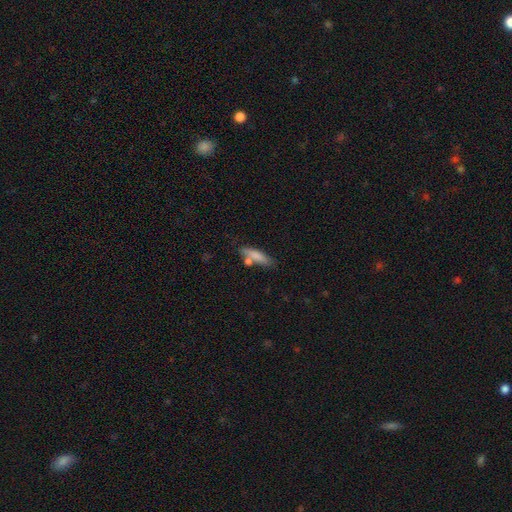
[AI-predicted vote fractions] A smooth galaxy with no disk features (78%) that is cigar-shaped (61%).

Vote fractions:
- Smooth or featured? smooth: 78% / featured or disk: 15% / star or artifact: 7%
- How rounded? cigar-shaped: 61% / in between: 36% / round: 3%
- Merging? none: 64% / merger: 16% / minor disturbance: 16% / major disturbance: 4%